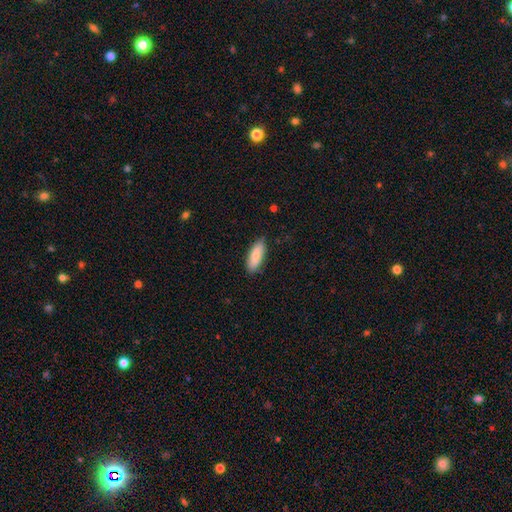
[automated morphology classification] Overall: smooth (86%). How rounded: in between (65%; cigar-shaped 34%). Merging: none (84%).